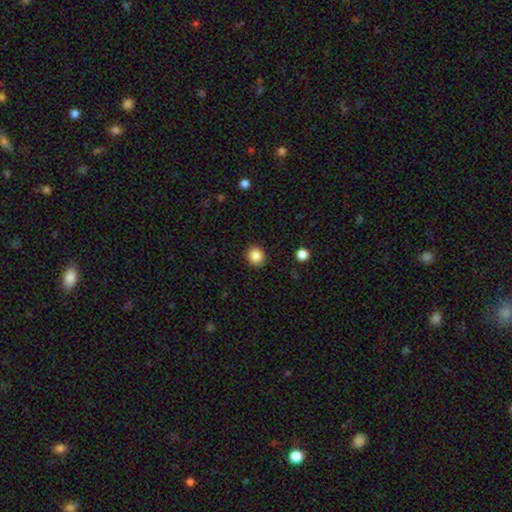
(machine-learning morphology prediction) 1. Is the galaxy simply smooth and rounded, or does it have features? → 86% smooth, 10% star or artifact, 4% featured or disk.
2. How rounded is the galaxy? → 80% round, 19% in between, 1% cigar-shaped.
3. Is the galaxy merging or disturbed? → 91% none, 6% minor disturbance, 2% major disturbance, 1% merger.